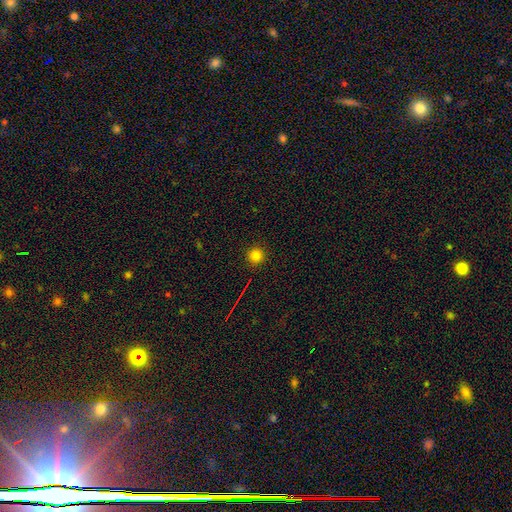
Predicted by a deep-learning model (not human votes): Smooth or featured?
  - smooth: 80% *
  - star or artifact: 15%
  - featured or disk: 5%
How rounded?
  - round: 96% *
  - in between: 3%
  - cigar-shaped: 1%
Merging?
  - none: 92% *
  - minor disturbance: 5%
  - major disturbance: 2%
  - merger: 1%